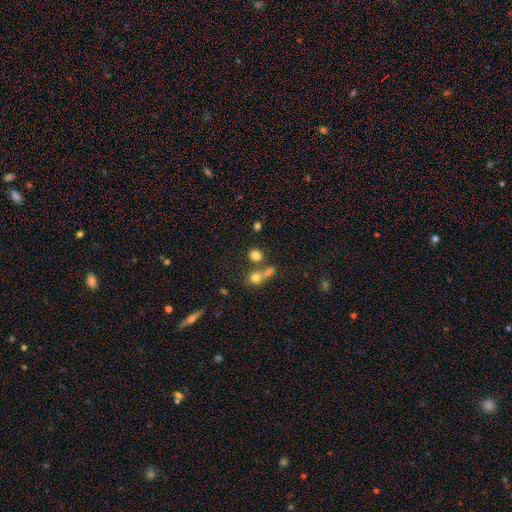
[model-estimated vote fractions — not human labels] A smooth galaxy with no disk features (76%) that is round (77%).

Vote fractions:
- Smooth or featured? smooth: 76% / star or artifact: 14% / featured or disk: 10%
- How rounded? round: 77% / in between: 21% / cigar-shaped: 2%
- Merging? none: 56% / merger: 31% / minor disturbance: 8% / major disturbance: 5%